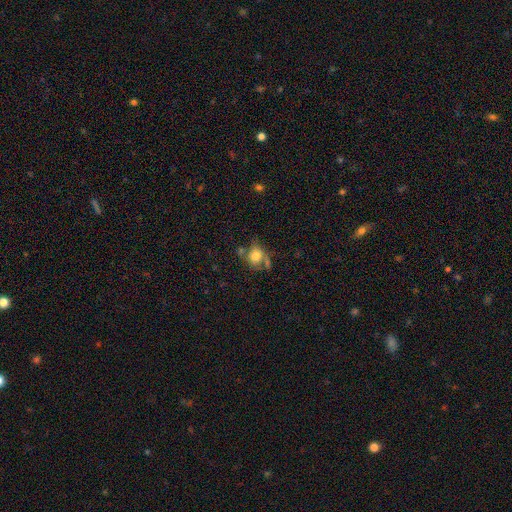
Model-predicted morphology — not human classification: smooth 74%, featured or disk 16%, star or artifact 11%. Down the decision tree: how rounded — round (68%); merging — none (49%).